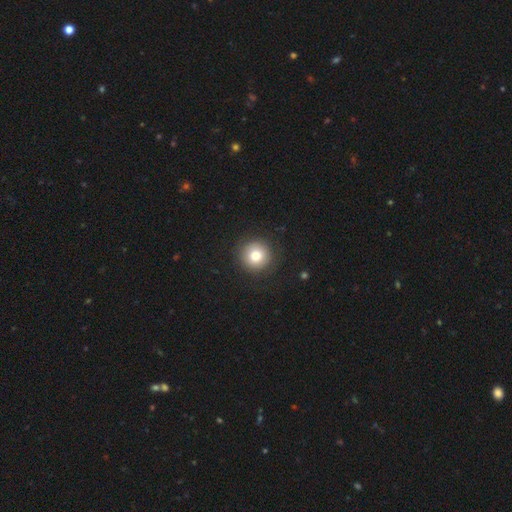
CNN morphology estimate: A smooth galaxy with no disk features (81%) that is round (95%). Merging: none (89%).